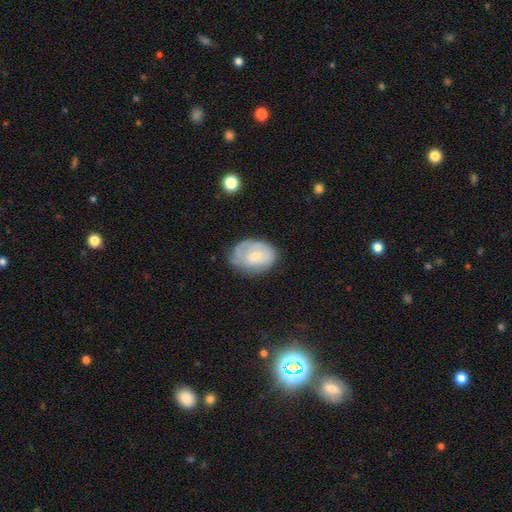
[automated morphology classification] This is possibly a smooth galaxy (53%). How rounded: likely in between (73%). Merging: possibly none (54%).